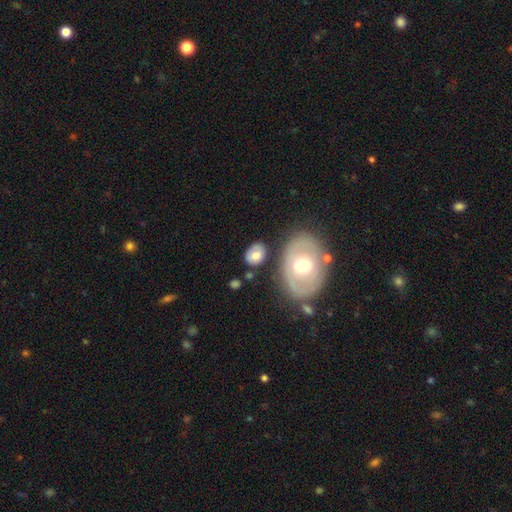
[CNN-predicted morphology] A smooth galaxy with no disk features (68%) that is in between round and cigar-shaped (66%). Merging: none (69%).